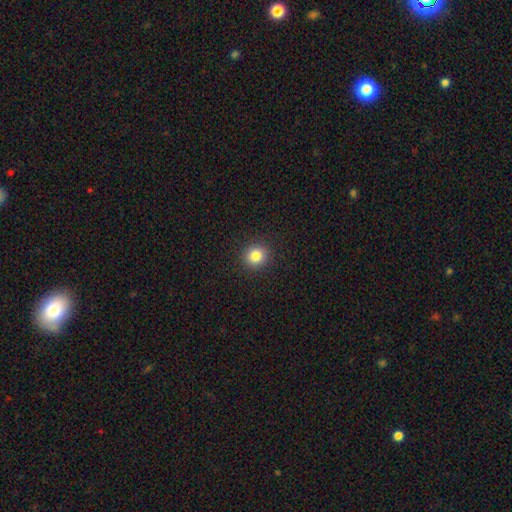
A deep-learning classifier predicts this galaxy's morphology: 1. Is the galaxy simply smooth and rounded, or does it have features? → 84% smooth, 11% star or artifact, 5% featured or disk.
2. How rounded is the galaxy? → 88% round, 11% in between, 1% cigar-shaped.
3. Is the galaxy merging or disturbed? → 92% none, 6% minor disturbance, 2% major disturbance, 1% merger.